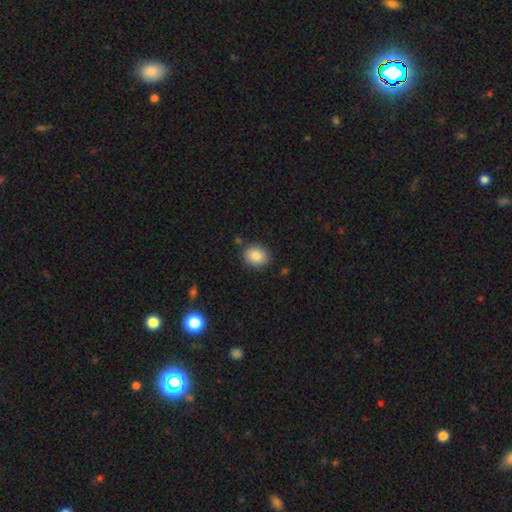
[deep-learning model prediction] smooth-or-featured: smooth: 85% | star or artifact: 9% | featured or disk: 6%
  how-rounded: round: 61% | in between: 38% | cigar-shaped: 1%
  merging: none: 86% | minor disturbance: 9% | major disturbance: 2% | merger: 2%